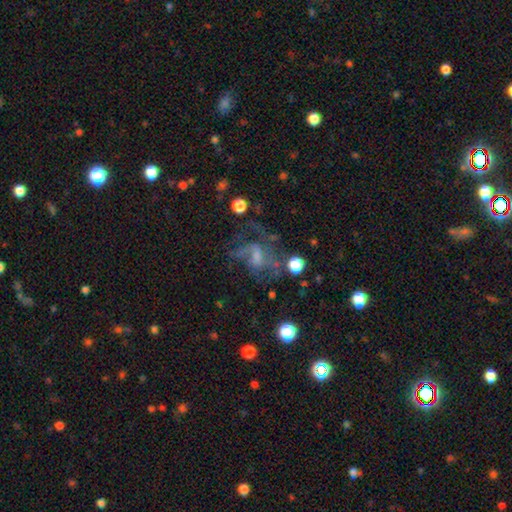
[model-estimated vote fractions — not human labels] smooth_or_featured: featured or disk (p=0.59) [alt: smooth p=0.22]
disk_edge_on: no (p=0.96) [alt: yes p=0.04]
bar: no (p=0.49) [alt: weak p=0.41]
has_spiral_arms: yes (p=0.65) [alt: no p=0.35]
bulge_size: small (p=0.39) [alt: moderate p=0.29]
merging: none (p=0.40) [alt: major disturbance p=0.38]